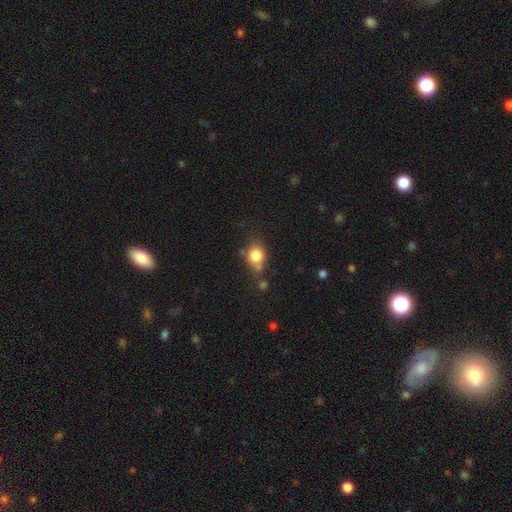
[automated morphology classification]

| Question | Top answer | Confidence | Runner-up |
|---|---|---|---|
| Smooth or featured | smooth | 81% | star or artifact (10%) |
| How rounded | round | 65% | in between (33%) |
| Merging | none | 50% | minor disturbance (24%) |